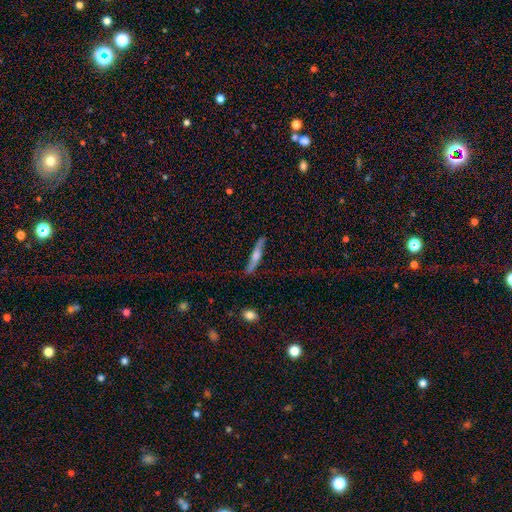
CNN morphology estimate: Smooth or featured: featured or disk — 63% (smooth — 31%)
Edge-on disk: yes — 92% (no — 8%)
Edge-on bulge: rounded — 82% (none — 9%)
Merging: none — 82% (minor disturbance — 13%)